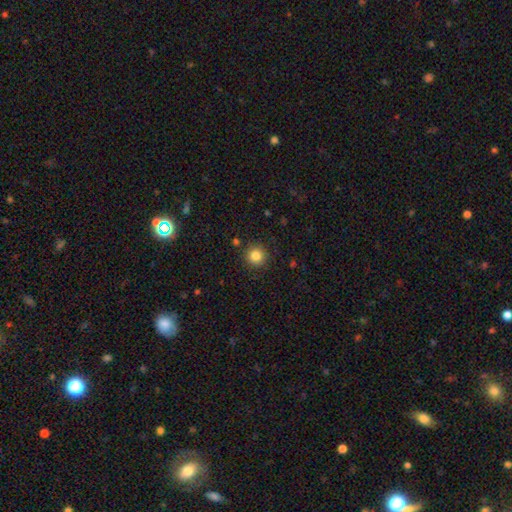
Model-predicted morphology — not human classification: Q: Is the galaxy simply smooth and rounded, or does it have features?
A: smooth — 83%.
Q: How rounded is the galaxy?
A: round — 95%.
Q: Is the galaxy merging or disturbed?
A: none — 90%.